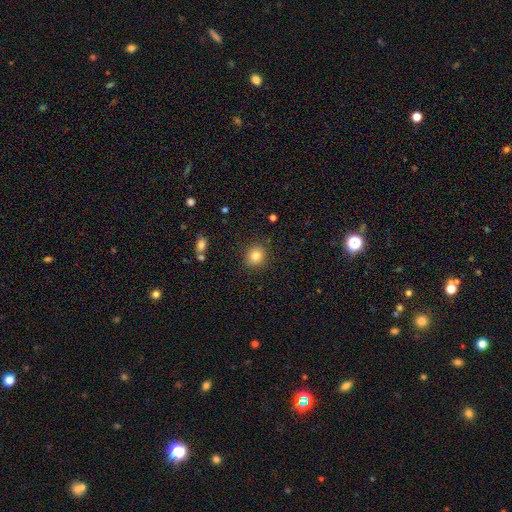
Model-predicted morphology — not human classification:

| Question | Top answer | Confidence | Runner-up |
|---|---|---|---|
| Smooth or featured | smooth | 82% | star or artifact (11%) |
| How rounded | round | 79% | in between (20%) |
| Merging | none | 88% | minor disturbance (8%) |